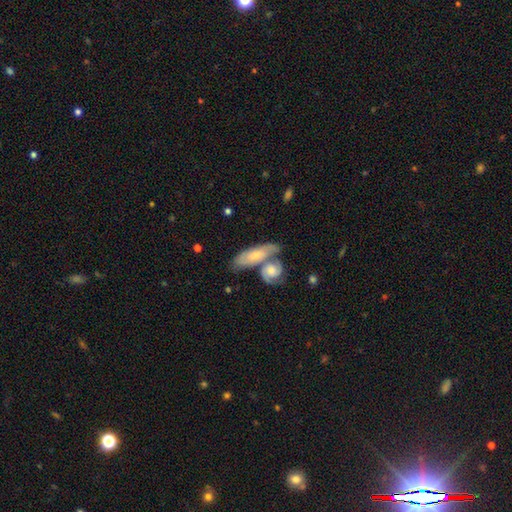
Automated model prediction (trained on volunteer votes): Overall: featured or disk (52%; smooth 42%). Edge-on disk: no (80%). Merging: merger (46%; none 36%).